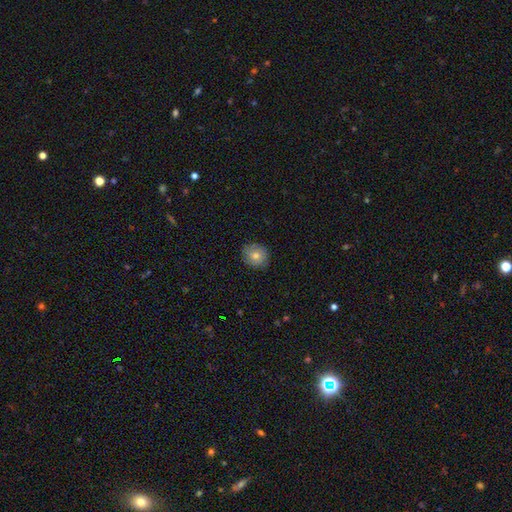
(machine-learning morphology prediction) Smooth or featured: smooth — 73% (featured or disk — 17%)
How rounded: round — 85% (in between — 14%)
Merging: none — 86% (minor disturbance — 11%)